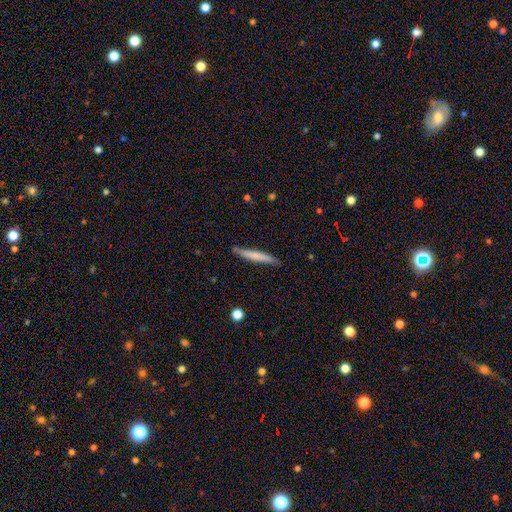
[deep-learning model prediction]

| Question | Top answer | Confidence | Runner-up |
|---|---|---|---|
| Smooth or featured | smooth | 65% | featured or disk (29%) |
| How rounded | cigar-shaped | 95% | in between (4%) |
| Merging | none | 83% | minor disturbance (13%) |